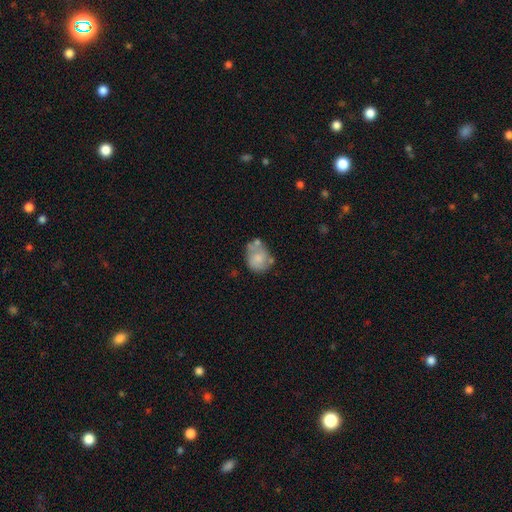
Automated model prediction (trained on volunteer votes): Smooth or featured? smooth (62%)
How rounded? round (52%)
Merging? none (42%)